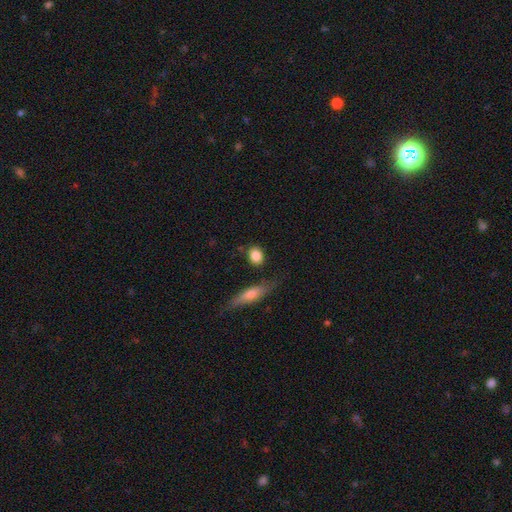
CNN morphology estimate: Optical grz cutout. It shows a smooth galaxy with no disk features (85%) that is round (57%). Merging: none (78%).